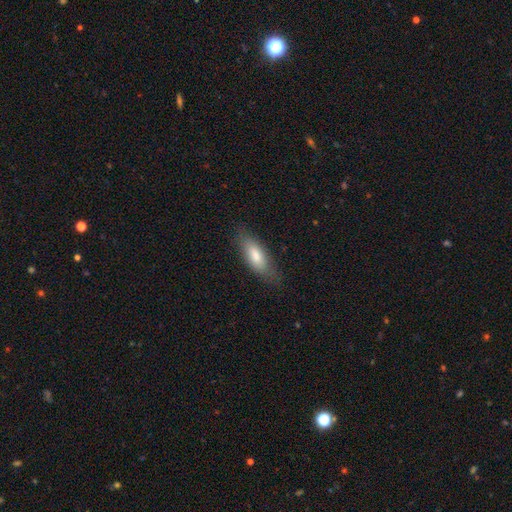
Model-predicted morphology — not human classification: The model was most divided on "how rounded": in between: 67%, cigar-shaped: 31%, round: 2%. More confident: merging — none (78%); smooth or featured — smooth (78%).